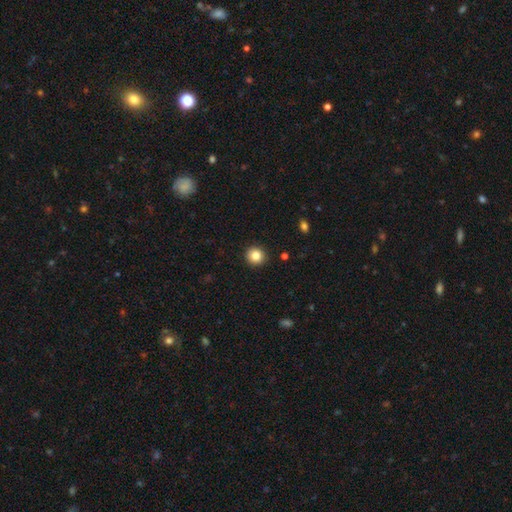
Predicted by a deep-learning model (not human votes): Overall: smooth (84%). How rounded: round (92%). Merging: none (92%).